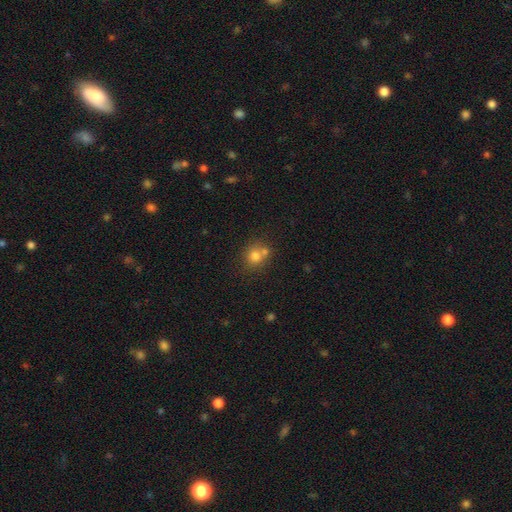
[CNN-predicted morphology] smooth_or_featured: smooth (p=0.75) [alt: star or artifact p=0.13]
how_rounded: round (p=0.81) [alt: in between p=0.18]
merging: none (p=0.54) [alt: merger p=0.34]